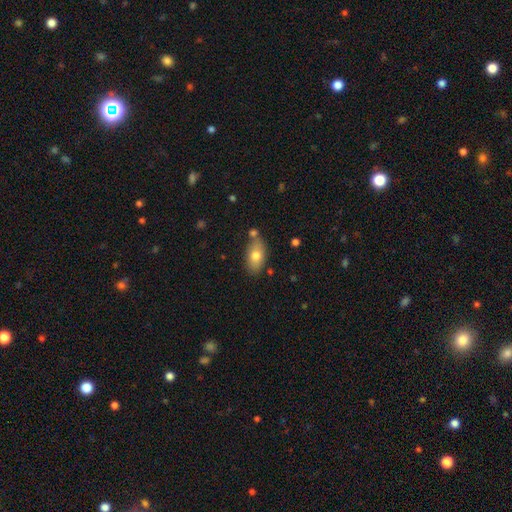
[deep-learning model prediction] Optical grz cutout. It shows a smooth galaxy with no disk features (75%) that is in between round and cigar-shaped (90%). Merging: none (71%).